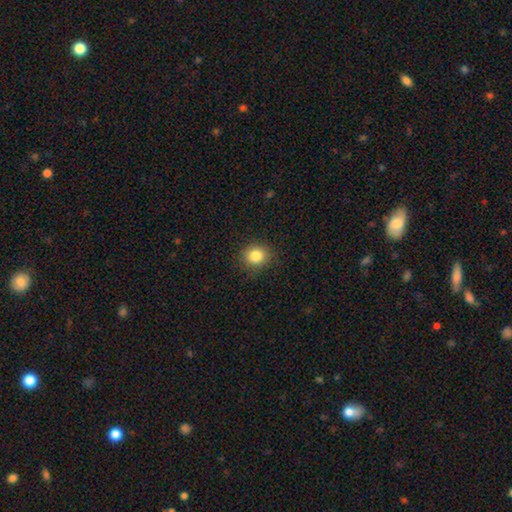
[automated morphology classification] type=smooth (83%); roundness=round (79%); merging=none (88%).